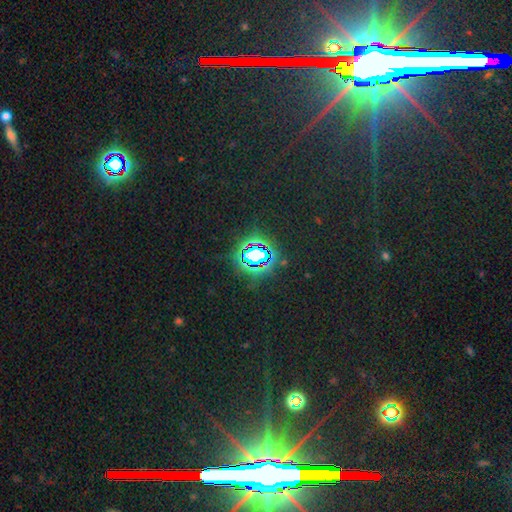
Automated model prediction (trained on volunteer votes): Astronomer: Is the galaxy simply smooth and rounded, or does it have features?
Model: star or artifact — 78%.